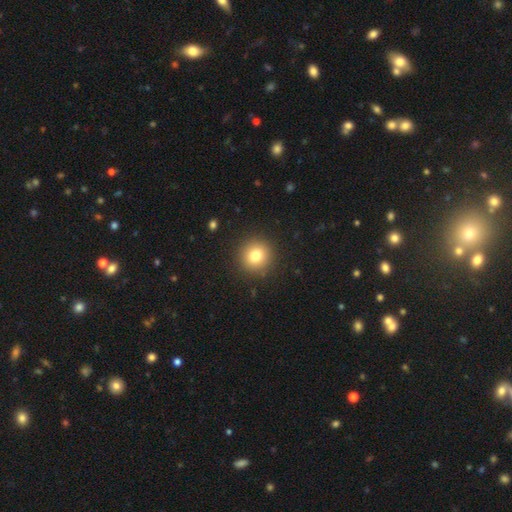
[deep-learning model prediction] Q: Smooth or featured?
A: smooth (80%); runner-up: star or artifact (11%)
Q: How rounded?
A: round (92%); runner-up: in between (7%)
Q: Merging?
A: none (91%); runner-up: minor disturbance (6%)